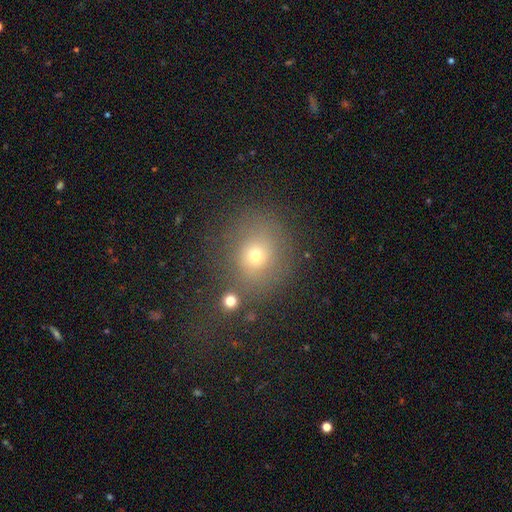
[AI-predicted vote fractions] Smooth or featured? smooth (66%)
How rounded? round (76%)
Merging? none (69%)